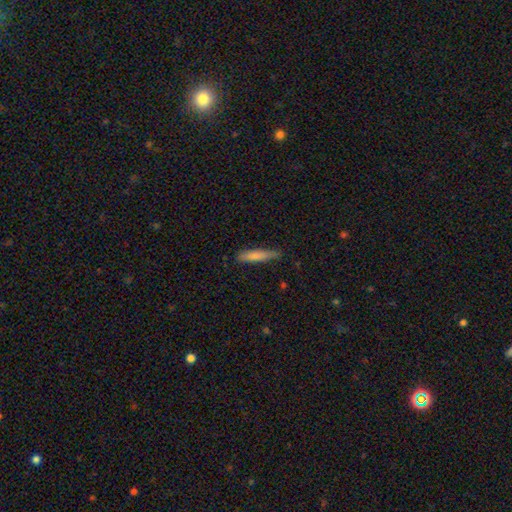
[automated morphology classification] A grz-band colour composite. It shows a smooth galaxy with no disk features (78%) that is cigar-shaped (88%). Merging: none (75%).